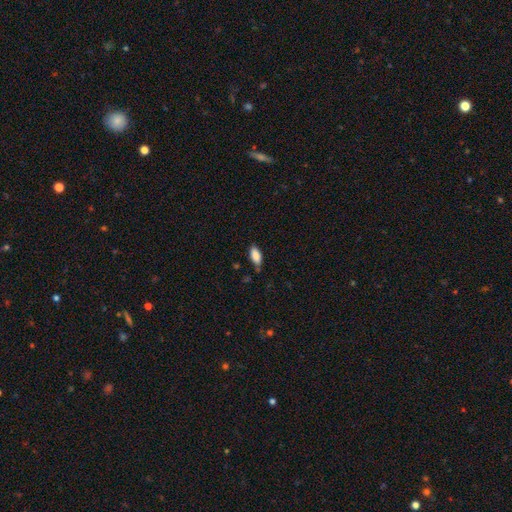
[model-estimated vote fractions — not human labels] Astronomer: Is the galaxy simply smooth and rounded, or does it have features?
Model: smooth — 85%.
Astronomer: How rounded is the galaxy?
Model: in between — 87%.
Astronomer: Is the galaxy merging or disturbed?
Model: none — 67%.